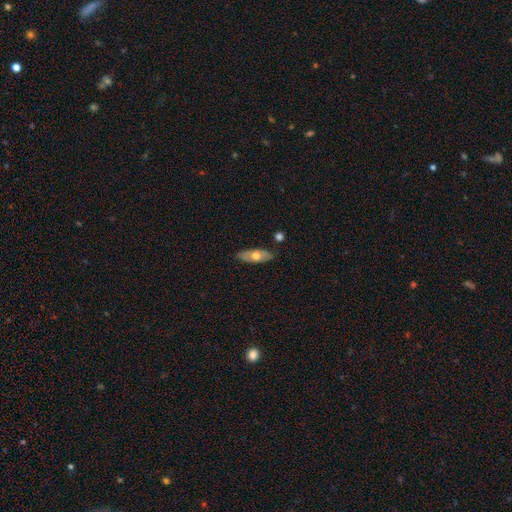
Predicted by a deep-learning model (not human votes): This is possibly a smooth galaxy (51%). How rounded: likely in between (76%). Merging: clearly none (85%).